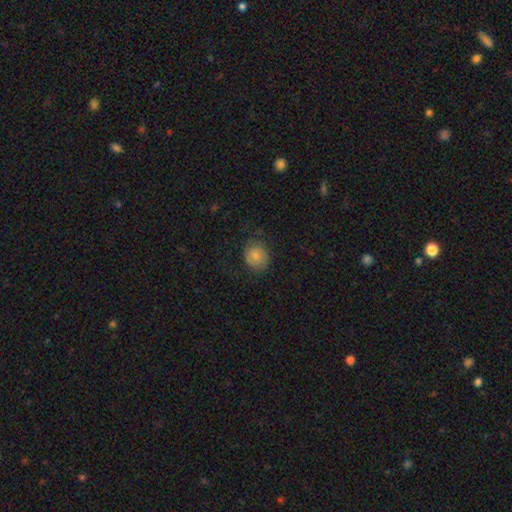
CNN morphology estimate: smooth-or-featured: smooth: 78% | featured or disk: 14% | star or artifact: 8%
  how-rounded: round: 76% | in between: 23% | cigar-shaped: 1%
  merging: none: 71% | minor disturbance: 21% | major disturbance: 7% | merger: 1%